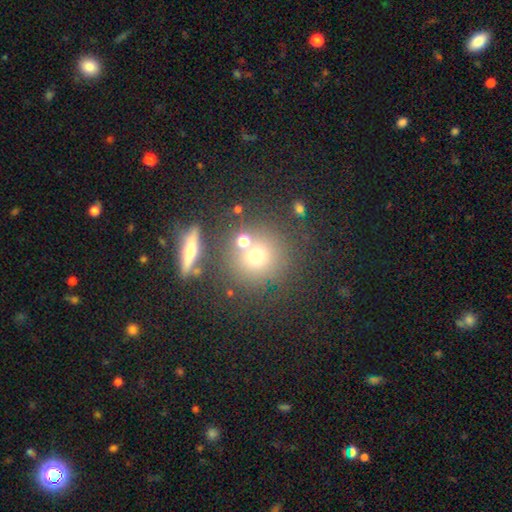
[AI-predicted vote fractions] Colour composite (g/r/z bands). It shows a smooth galaxy with no disk features (66%) that is round (91%). Merging: none (67%).